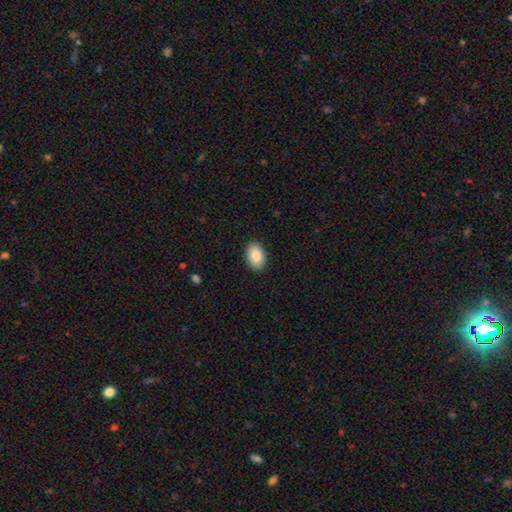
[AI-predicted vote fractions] A smooth galaxy with no disk features (89%) that is in between round and cigar-shaped (90%). Merging: none (90%).